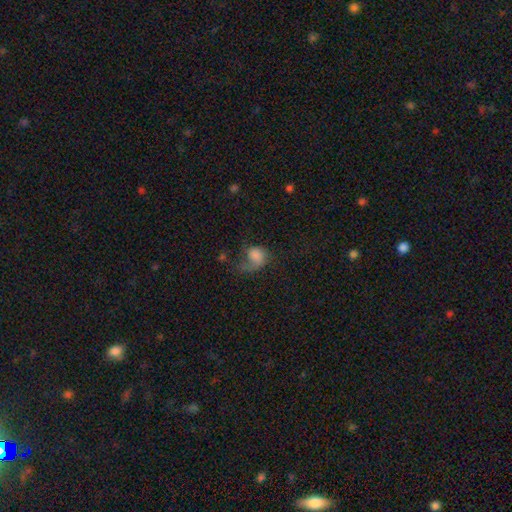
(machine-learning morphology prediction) Smooth or featured: smooth — 53% (featured or disk — 37%)
How rounded: round — 52% (in between — 47%)
Merging: major disturbance — 48% (none — 28%)